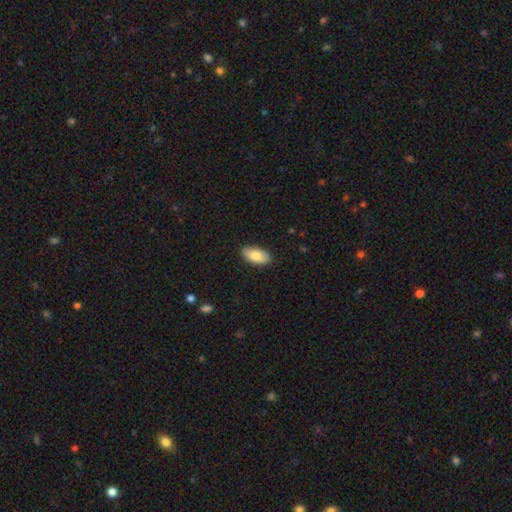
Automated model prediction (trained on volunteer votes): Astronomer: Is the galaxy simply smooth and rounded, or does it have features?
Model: smooth — 81%.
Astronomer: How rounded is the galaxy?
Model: in between — 93%.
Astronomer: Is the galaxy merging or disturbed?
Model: none — 87%.